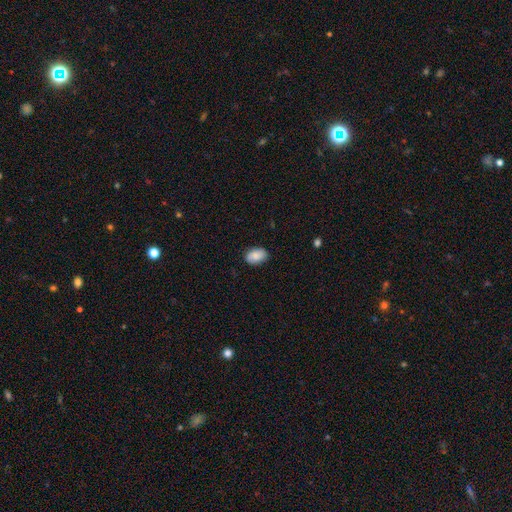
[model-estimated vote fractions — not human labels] Smooth or featured?
  - smooth: 85% *
  - featured or disk: 9%
  - star or artifact: 7%
How rounded?
  - in between: 87% *
  - round: 12%
  - cigar-shaped: 1%
Merging?
  - none: 85% *
  - minor disturbance: 11%
  - major disturbance: 2%
  - merger: 1%